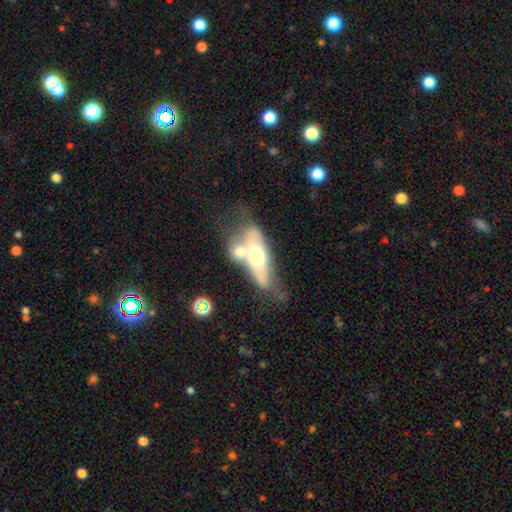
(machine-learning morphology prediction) Smooth or featured? featured or disk (49%)
Merging? merger (49%)